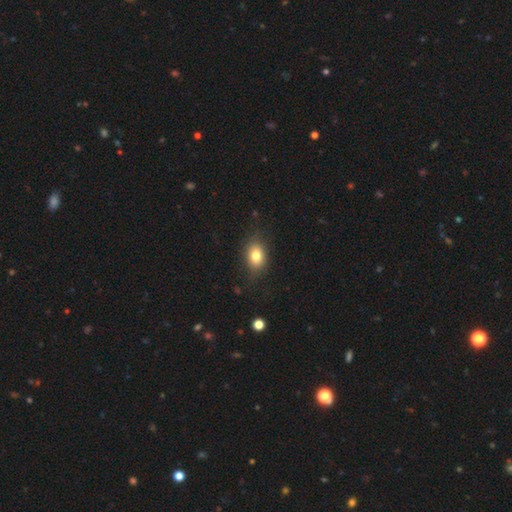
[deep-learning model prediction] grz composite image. It shows a smooth galaxy with no disk features (79%) that is in between round and cigar-shaped (70%). Merging: none (79%).